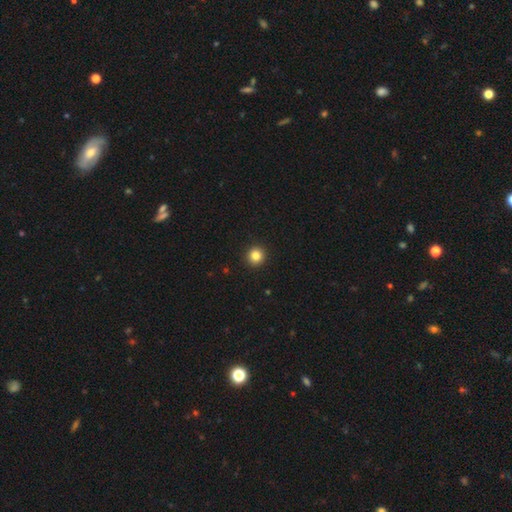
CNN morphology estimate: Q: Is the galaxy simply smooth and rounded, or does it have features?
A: smooth — 84%.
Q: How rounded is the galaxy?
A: round — 94%.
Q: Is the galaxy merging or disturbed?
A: none — 94%.